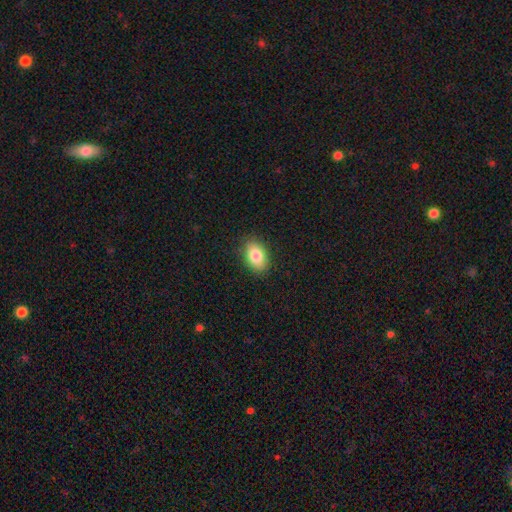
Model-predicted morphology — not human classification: type=smooth (83%); roundness=in between (87%); merging=none (87%).